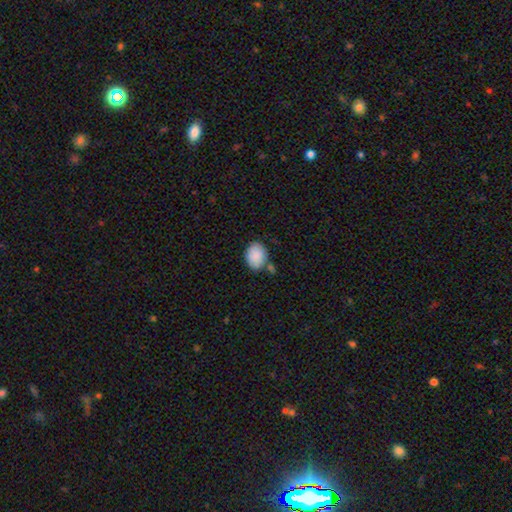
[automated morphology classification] Smooth or featured: smooth — 89% (star or artifact — 6%)
How rounded: in between — 71% (round — 28%)
Merging: none — 68% (minor disturbance — 17%)